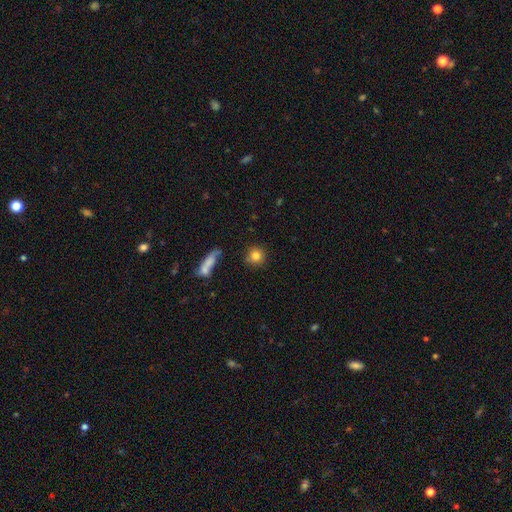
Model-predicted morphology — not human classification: The model was most divided on "merging": none: 81%, minor disturbance: 10%, merger: 6%, major disturbance: 3%. More confident: how rounded — round (90%); smooth or featured — smooth (82%).